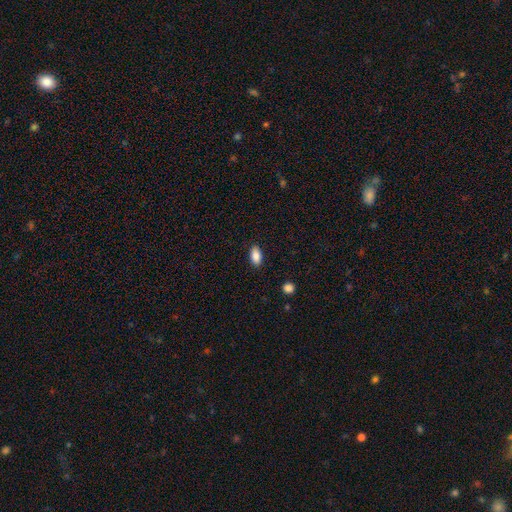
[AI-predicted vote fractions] Morphology: type=smooth (88%); roundness=in between (92%); merging=none (88%).